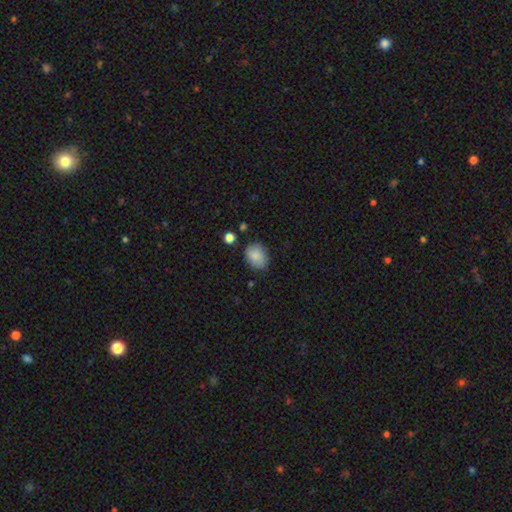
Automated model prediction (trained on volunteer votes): Overall: smooth (85%). How rounded: round (51%; in between 48%). Merging: none (75%).